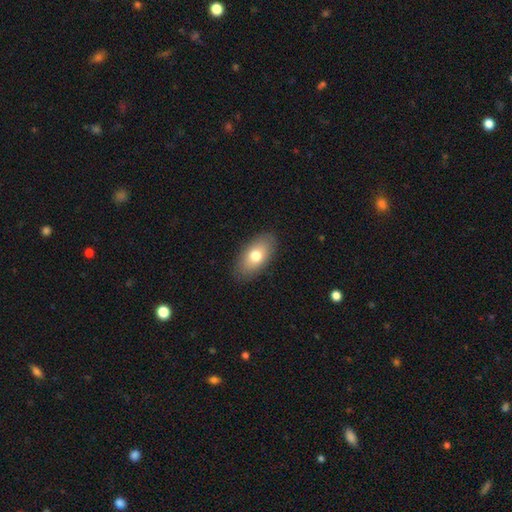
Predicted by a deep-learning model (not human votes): smooth-or-featured: smooth: 74% | featured or disk: 19% | star or artifact: 7%
  how-rounded: in between: 92% | round: 4% | cigar-shaped: 4%
  merging: none: 87% | minor disturbance: 10% | major disturbance: 2% | merger: 1%